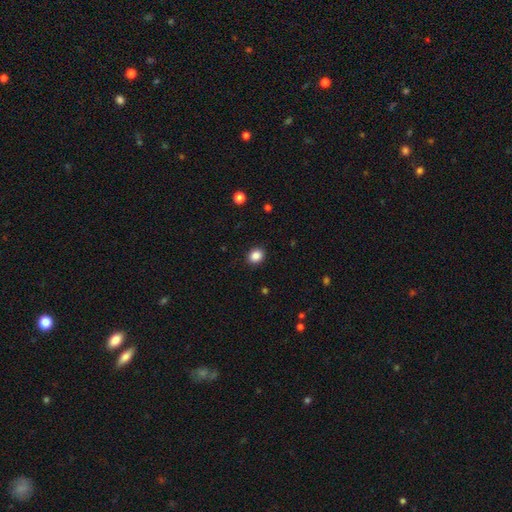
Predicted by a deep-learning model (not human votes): This is clearly a smooth galaxy (87%). How rounded: likely round (62%). Merging: clearly none (90%).